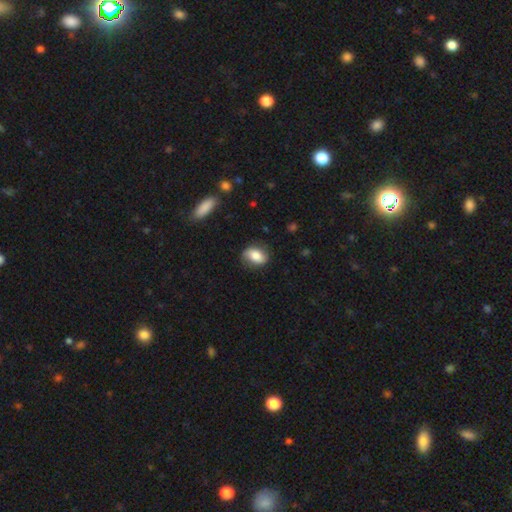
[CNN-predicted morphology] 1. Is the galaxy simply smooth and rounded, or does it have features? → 72% smooth, 21% featured or disk, 7% star or artifact.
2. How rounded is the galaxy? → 78% in between, 20% round, 2% cigar-shaped.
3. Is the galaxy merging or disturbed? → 73% none, 20% minor disturbance, 6% major disturbance, 2% merger.